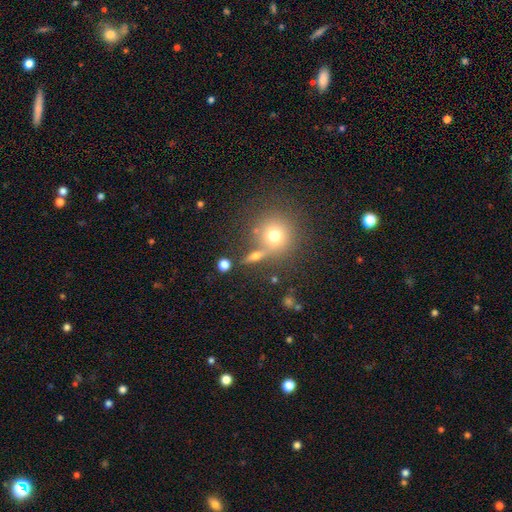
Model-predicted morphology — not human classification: A smooth galaxy with no disk features (51%) that is round (43%). Merging: none (69%).